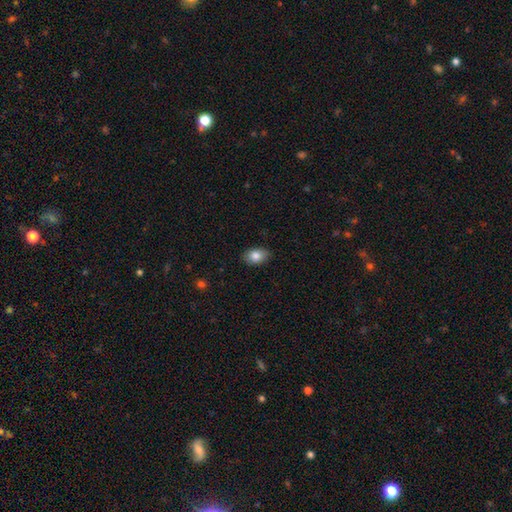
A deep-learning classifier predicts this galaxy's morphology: smooth_or_featured: smooth (p=0.84) [alt: featured or disk p=0.09]
how_rounded: in between (p=0.85) [alt: round p=0.14]
merging: none (p=0.87) [alt: minor disturbance p=0.10]